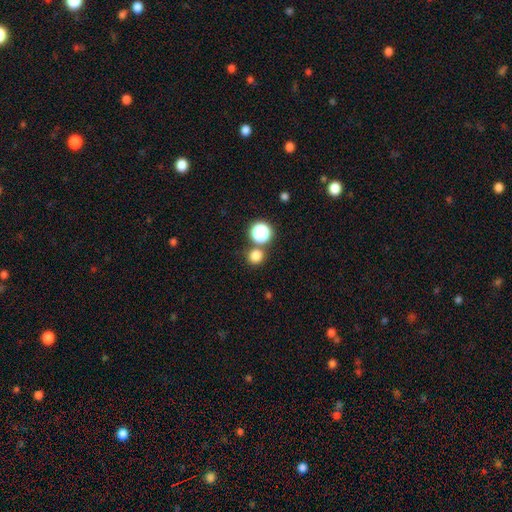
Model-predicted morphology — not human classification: Smooth or featured? Predicted: smooth (p=0.78). How rounded? Predicted: round (p=0.90). Merging? Predicted: none (p=0.75).